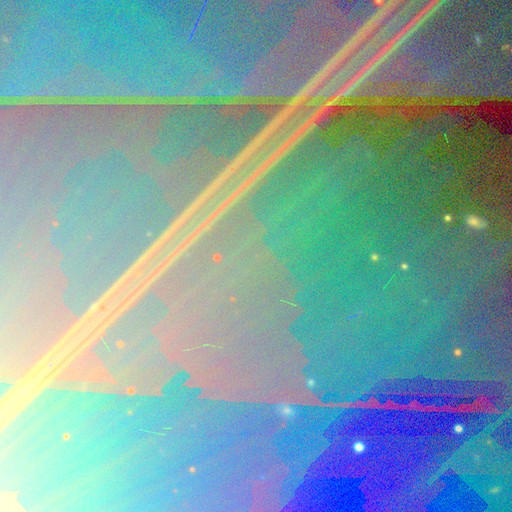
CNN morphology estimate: star or artifact 90%, featured or disk 6%, smooth 4%.